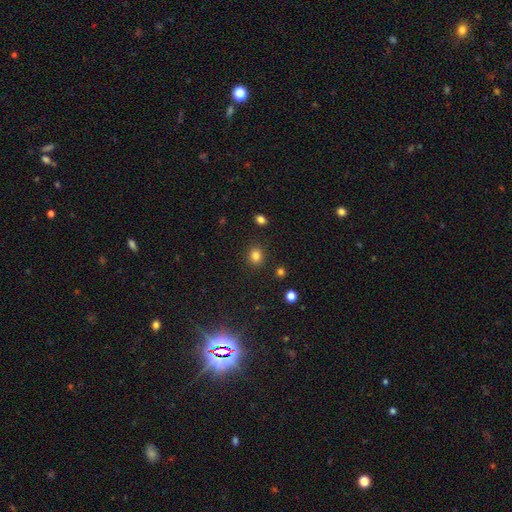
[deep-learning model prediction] Q: Smooth or featured?
A: smooth (83%); runner-up: star or artifact (13%)
Q: How rounded?
A: round (76%); runner-up: in between (23%)
Q: Merging?
A: none (89%); runner-up: minor disturbance (7%)